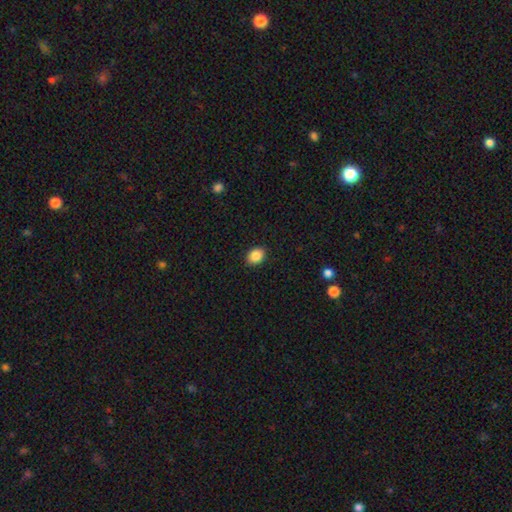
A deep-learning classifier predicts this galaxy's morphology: Smooth or featured? Predicted: smooth (p=0.87). How rounded? Predicted: in between (p=0.56). Merging? Predicted: none (p=0.91).